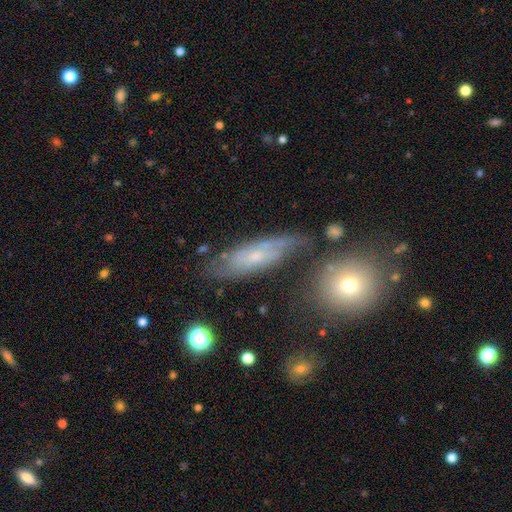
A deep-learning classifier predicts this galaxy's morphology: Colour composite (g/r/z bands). It shows a featured or disk galaxy (63%) with no bar (62%), spiral arms (83%) and a small central bulge (70%). Merging: none (60%).